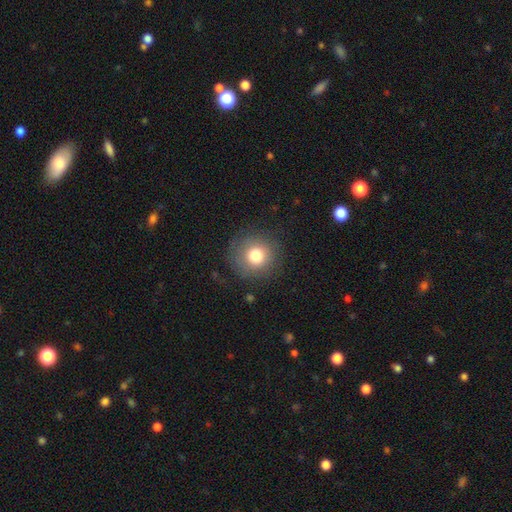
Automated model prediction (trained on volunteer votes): smooth-or-featured: smooth: 78% | featured or disk: 12% | star or artifact: 11%
  how-rounded: round: 93% | in between: 6% | cigar-shaped: 1%
  merging: none: 85% | minor disturbance: 10% | major disturbance: 4% | merger: 1%